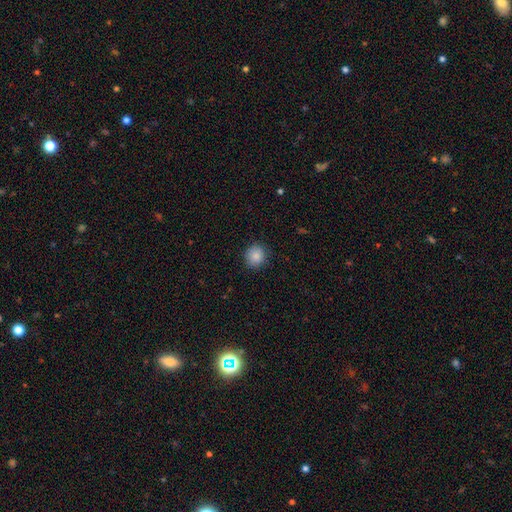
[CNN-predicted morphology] Smooth or featured?
  - smooth: 86% *
  - star or artifact: 9%
  - featured or disk: 5%
How rounded?
  - round: 87% *
  - in between: 12%
  - cigar-shaped: 1%
Merging?
  - none: 89% *
  - minor disturbance: 8%
  - major disturbance: 2%
  - merger: 1%